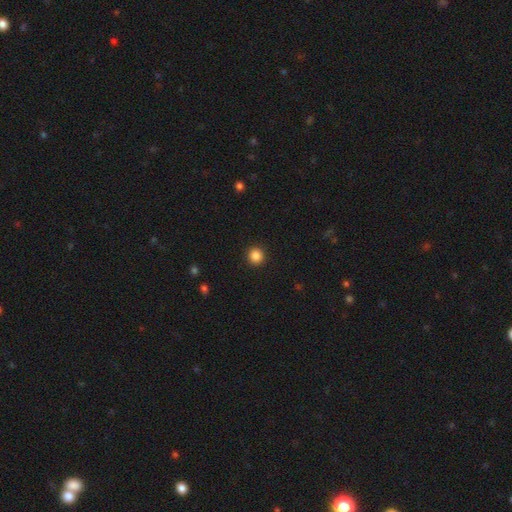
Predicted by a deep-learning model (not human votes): smooth_or_featured: smooth (p=0.87) [alt: star or artifact p=0.10]
how_rounded: round (p=0.94) [alt: in between p=0.05]
merging: none (p=0.93) [alt: minor disturbance p=0.04]